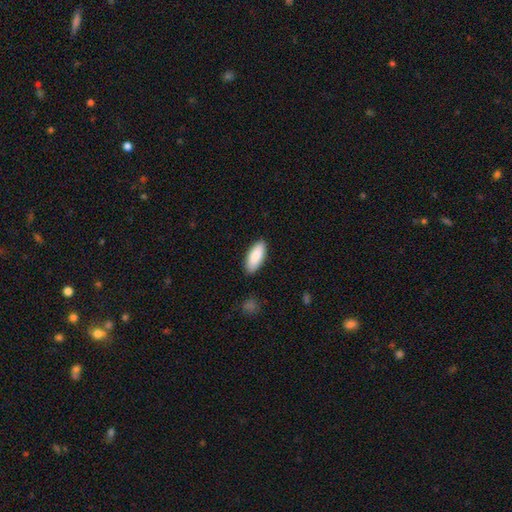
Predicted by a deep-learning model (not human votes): Smooth or featured?
  - smooth: 89% *
  - star or artifact: 6%
  - featured or disk: 5%
How rounded?
  - in between: 83% *
  - cigar-shaped: 16%
  - round: 2%
Merging?
  - none: 87% *
  - minor disturbance: 10%
  - major disturbance: 2%
  - merger: 1%